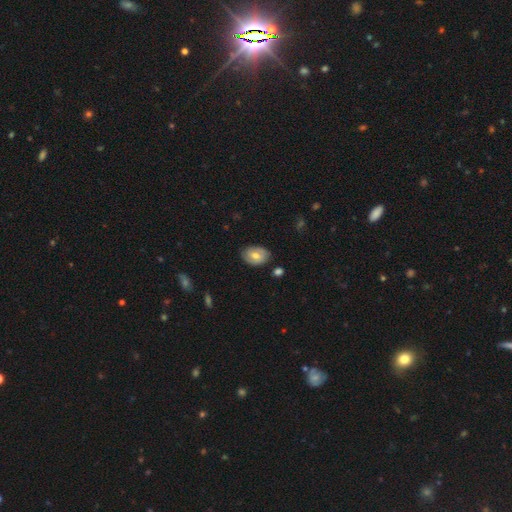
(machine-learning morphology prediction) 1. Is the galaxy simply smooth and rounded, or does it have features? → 60% smooth, 33% featured or disk, 7% star or artifact.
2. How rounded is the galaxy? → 81% in between, 18% round, 1% cigar-shaped.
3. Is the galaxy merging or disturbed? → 78% none, 17% minor disturbance, 3% major disturbance, 2% merger.